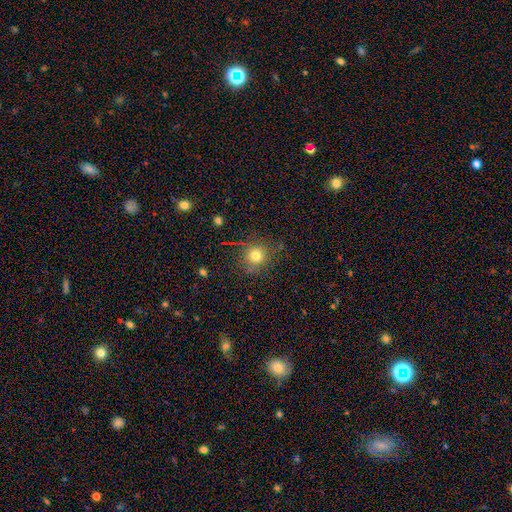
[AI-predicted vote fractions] Smooth or featured? smooth (76%)
How rounded? round (89%)
Merging? none (82%)